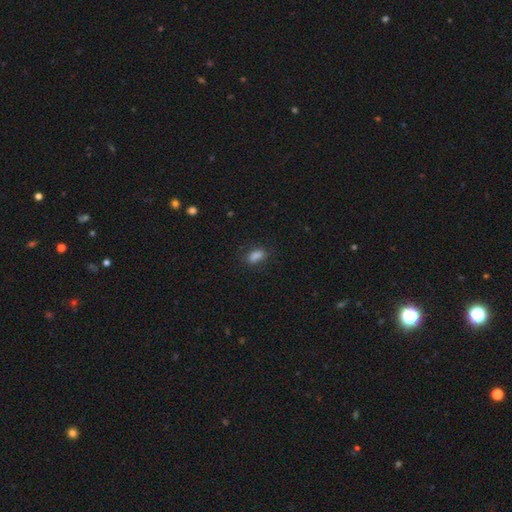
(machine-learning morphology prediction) Smooth or featured? smooth (83%)
How rounded? in between (78%)
Merging? none (77%)